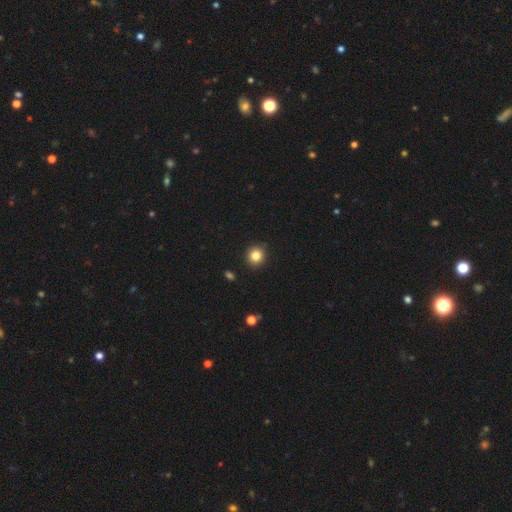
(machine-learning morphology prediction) Smooth or featured?
  - smooth: 84% *
  - star or artifact: 11%
  - featured or disk: 5%
How rounded?
  - round: 90% *
  - in between: 9%
  - cigar-shaped: 1%
Merging?
  - none: 91% *
  - minor disturbance: 6%
  - major disturbance: 2%
  - merger: 1%